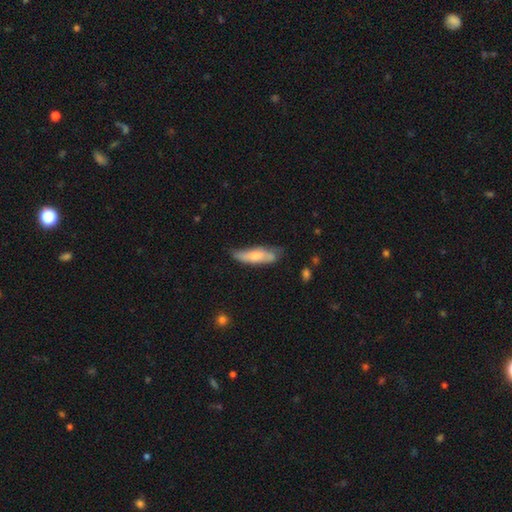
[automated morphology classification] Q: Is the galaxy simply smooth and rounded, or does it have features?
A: smooth — 64%.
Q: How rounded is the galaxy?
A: cigar-shaped — 58%.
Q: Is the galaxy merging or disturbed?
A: none — 54%.